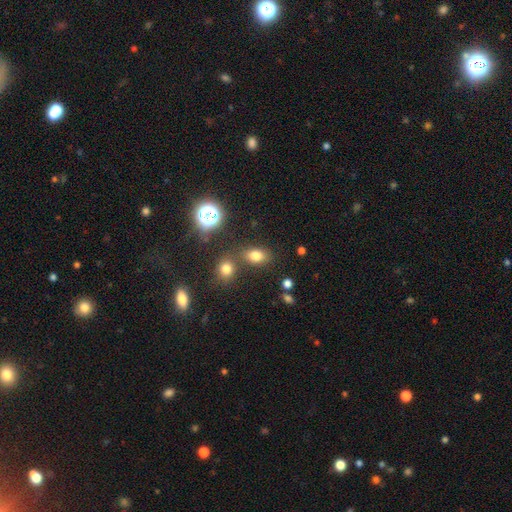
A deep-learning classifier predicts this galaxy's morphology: Smooth or featured?
  - smooth: 76% *
  - star or artifact: 17%
  - featured or disk: 8%
How rounded?
  - in between: 75% *
  - round: 23%
  - cigar-shaped: 2%
Merging?
  - none: 70% *
  - merger: 15%
  - minor disturbance: 11%
  - major disturbance: 4%